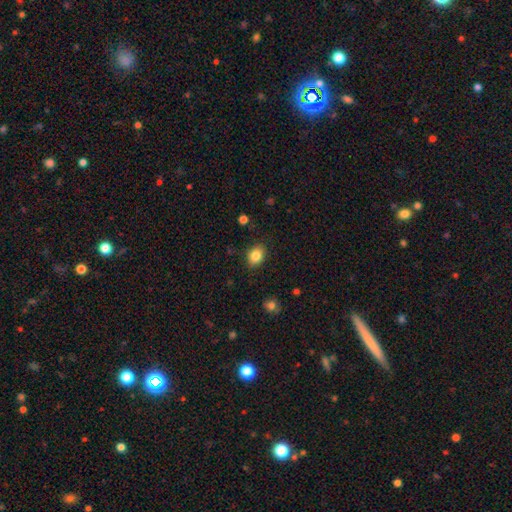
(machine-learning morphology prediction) This appears to be a smooth galaxy with no disk features (84%) that is in between round and cigar-shaped (61%). Merging: none (85%).